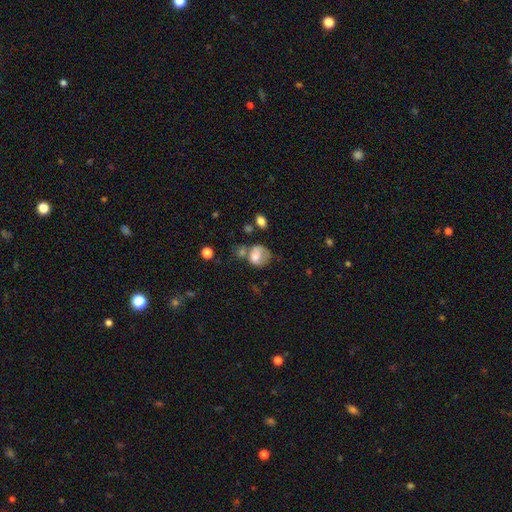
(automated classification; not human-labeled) smooth_or_featured: smooth (p=0.69) [alt: featured or disk p=0.22]
how_rounded: round (p=0.58) [alt: in between p=0.41]
merging: none (p=0.32) [alt: minor disturbance p=0.25]